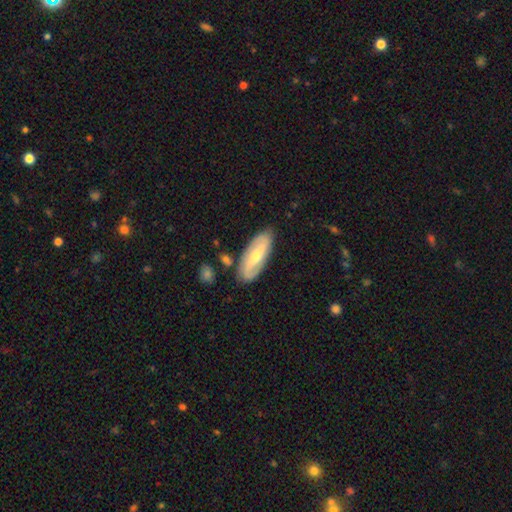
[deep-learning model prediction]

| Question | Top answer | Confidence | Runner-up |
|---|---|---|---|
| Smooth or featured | featured or disk | 64% | smooth (31%) |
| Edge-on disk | no | 85% | yes (15%) |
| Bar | strong | 38% | weak (37%) |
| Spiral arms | yes | 80% | no (20%) |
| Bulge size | moderate | 50% | small (46%) |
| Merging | none | 83% | minor disturbance (12%) |